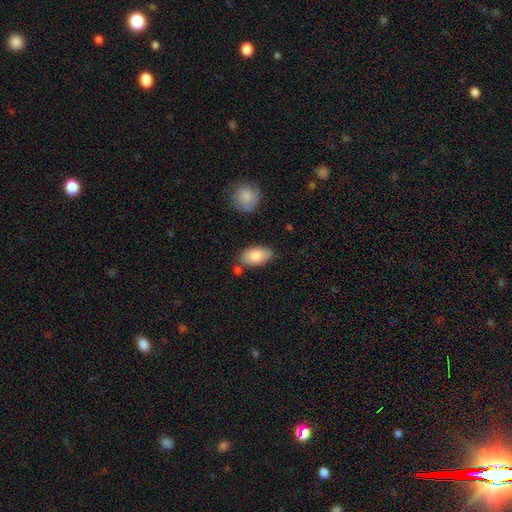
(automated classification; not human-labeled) smooth 83%, featured or disk 11%, star or artifact 6%. Down the decision tree: how rounded — in between (94%); merging — none (73%).